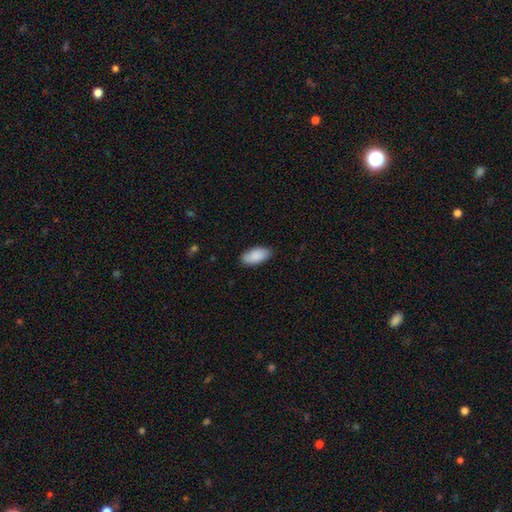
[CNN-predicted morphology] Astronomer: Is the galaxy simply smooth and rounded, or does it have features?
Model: smooth — 89%.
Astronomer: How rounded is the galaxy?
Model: in between — 93%.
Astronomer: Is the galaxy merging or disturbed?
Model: none — 87%.